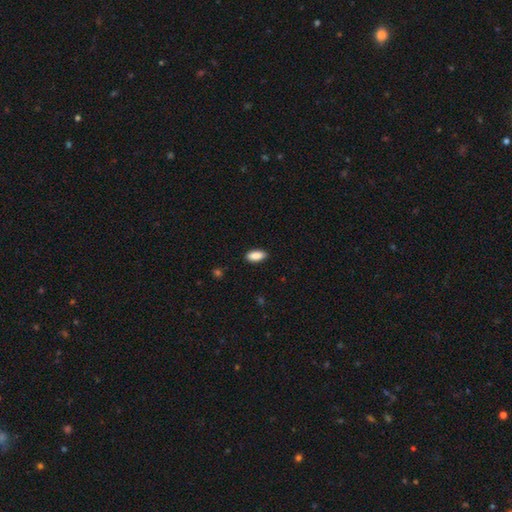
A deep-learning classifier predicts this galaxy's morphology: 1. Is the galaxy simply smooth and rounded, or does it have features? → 89% smooth, 7% star or artifact, 4% featured or disk.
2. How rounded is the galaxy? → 89% in between, 9% cigar-shaped, 2% round.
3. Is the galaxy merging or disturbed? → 89% none, 8% minor disturbance, 2% major disturbance, 1% merger.